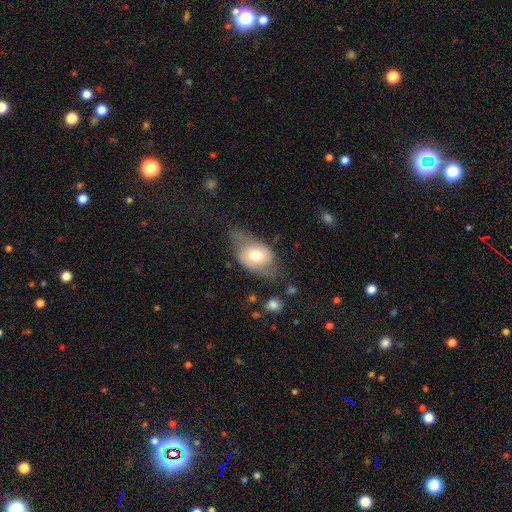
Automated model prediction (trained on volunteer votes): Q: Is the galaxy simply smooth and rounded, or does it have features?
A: smooth — 50%.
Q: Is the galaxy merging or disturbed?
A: none — 41%.